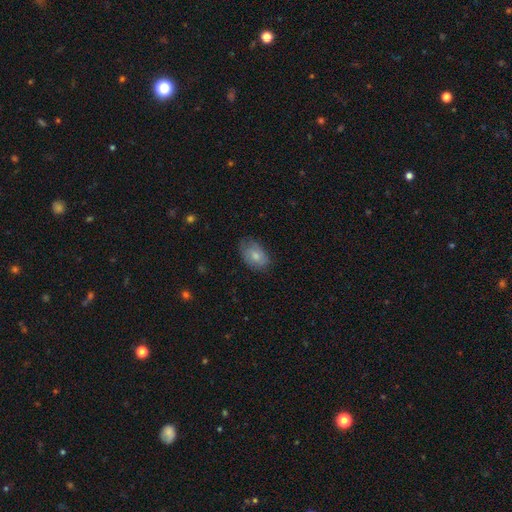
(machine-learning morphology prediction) Overall: smooth (72%). How rounded: in between (89%). Merging: none (69%).